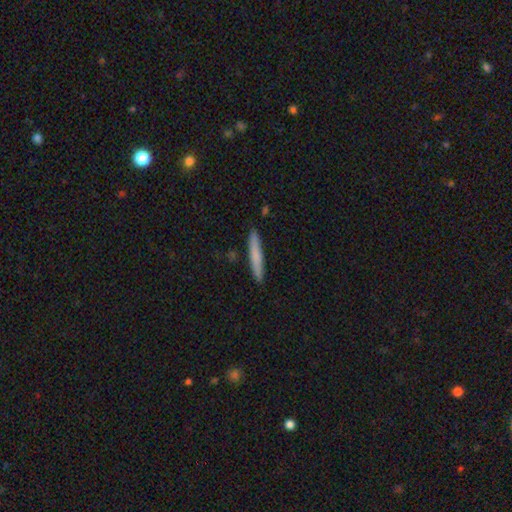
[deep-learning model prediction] smooth-or-featured: smooth: 72% | featured or disk: 22% | star or artifact: 6%
  how-rounded: cigar-shaped: 95% | in between: 4% | round: 1%
  merging: none: 90% | minor disturbance: 7% | merger: 2% | major disturbance: 1%